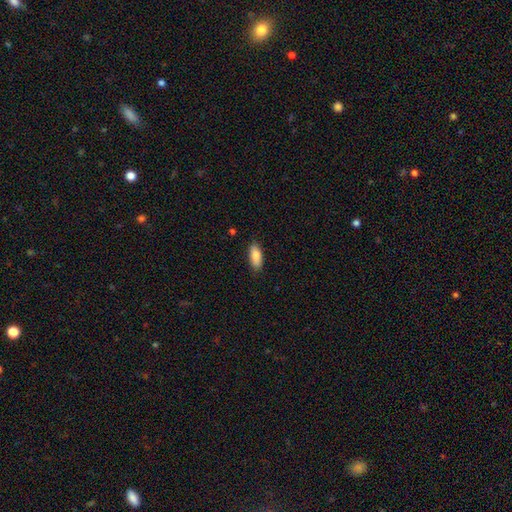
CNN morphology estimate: A smooth galaxy with no disk features (86%) that is in between round and cigar-shaped (79%).

Vote fractions:
- Smooth or featured? smooth: 86% / featured or disk: 8% / star or artifact: 6%
- How rounded? in between: 79% / cigar-shaped: 20% / round: 2%
- Merging? none: 85% / minor disturbance: 12% / major disturbance: 2% / merger: 1%